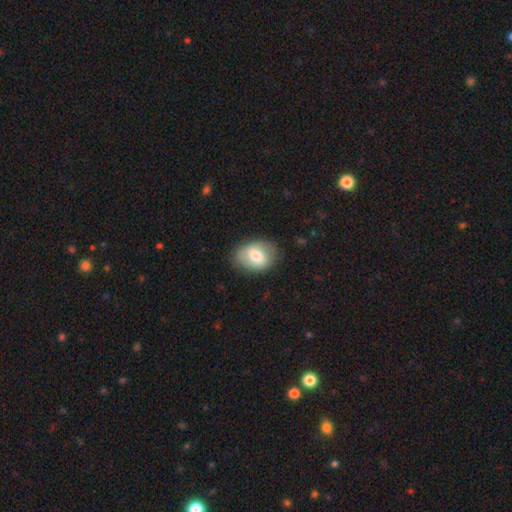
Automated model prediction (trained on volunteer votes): smooth_or_featured: smooth (p=0.68) [alt: featured or disk p=0.25]
how_rounded: in between (p=0.74) [alt: round p=0.25]
merging: none (p=0.79) [alt: minor disturbance p=0.16]